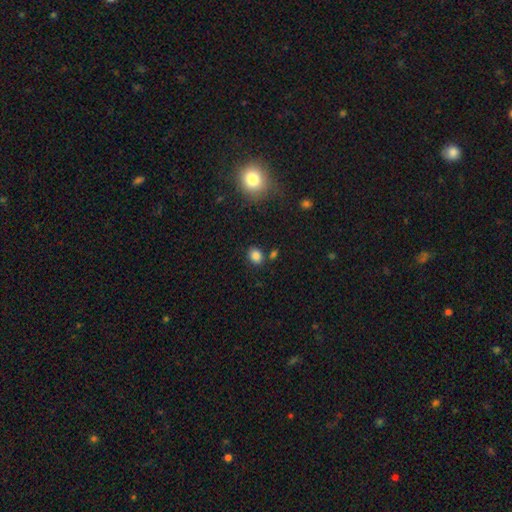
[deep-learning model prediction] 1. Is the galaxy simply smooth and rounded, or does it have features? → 84% smooth, 12% star or artifact, 5% featured or disk.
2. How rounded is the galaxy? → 52% in between, 47% round, 1% cigar-shaped.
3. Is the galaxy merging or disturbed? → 76% none, 11% minor disturbance, 9% merger, 3% major disturbance.